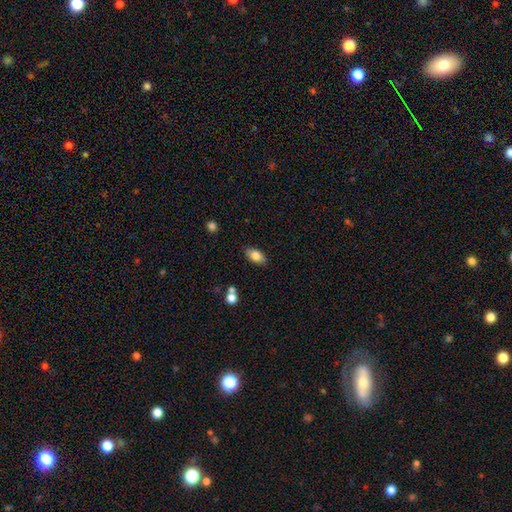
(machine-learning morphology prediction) The model was most divided on "smooth or featured": smooth: 80%, featured or disk: 12%, star or artifact: 8%. More confident: how rounded — in between (90%); merging — none (85%).